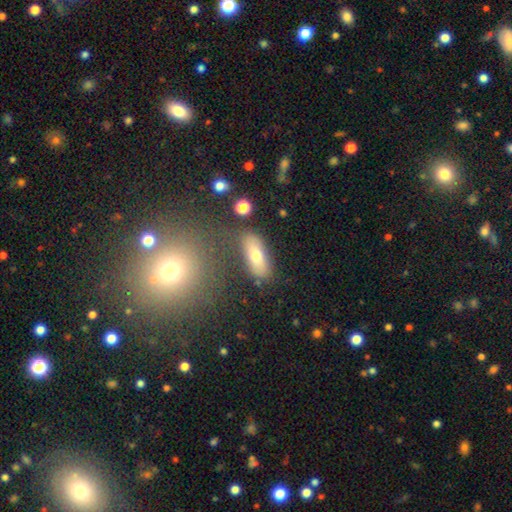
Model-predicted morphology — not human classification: This is likely a smooth galaxy (68%). How rounded: likely in between (76%). Merging: likely none (75%).